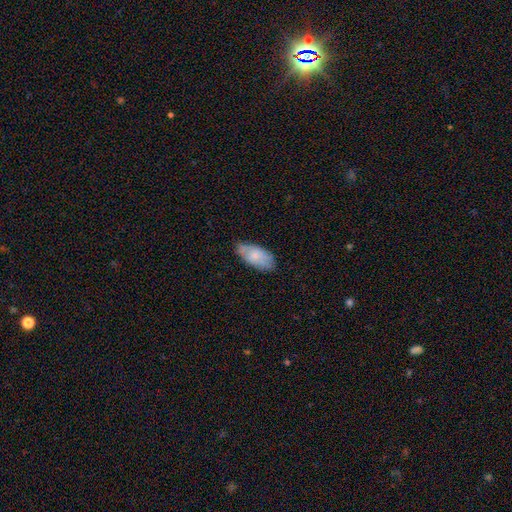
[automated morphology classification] A smooth galaxy with no disk features (71%) that is in between round and cigar-shaped (92%).

Vote fractions:
- Smooth or featured? smooth: 71% / featured or disk: 23% / star or artifact: 6%
- How rounded? in between: 92% / cigar-shaped: 6% / round: 2%
- Merging? none: 71% / minor disturbance: 24% / major disturbance: 4% / merger: 1%